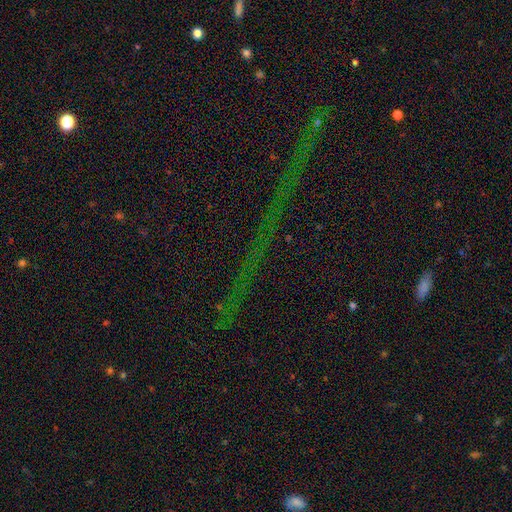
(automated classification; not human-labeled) Morphology: type=star or artifact (76%).